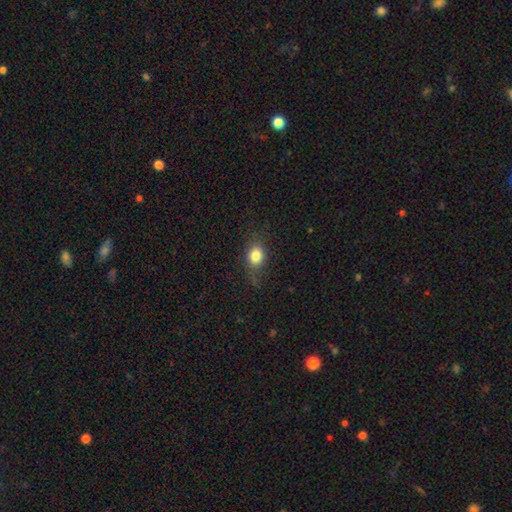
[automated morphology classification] A smooth galaxy with no disk features (81%) that is round (52%).

Vote fractions:
- Smooth or featured? smooth: 81% / star or artifact: 11% / featured or disk: 9%
- How rounded? round: 52% / in between: 46% / cigar-shaped: 2%
- Merging? none: 75% / minor disturbance: 17% / major disturbance: 6% / merger: 1%